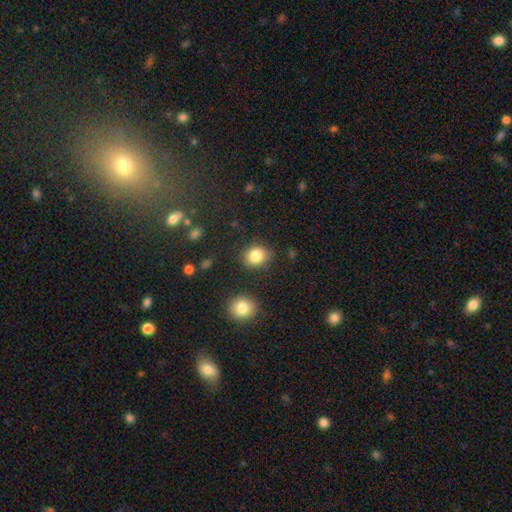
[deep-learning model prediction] A smooth galaxy with no disk features (84%) that is round (58%).

Vote fractions:
- Smooth or featured? smooth: 84% / star or artifact: 10% / featured or disk: 7%
- How rounded? round: 58% / in between: 41% / cigar-shaped: 1%
- Merging? none: 82% / minor disturbance: 11% / major disturbance: 3% / merger: 3%